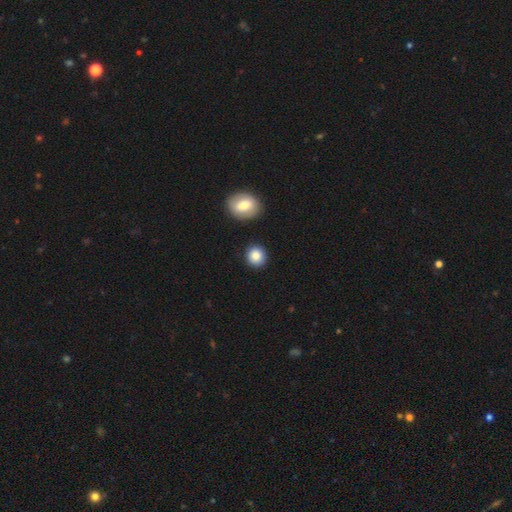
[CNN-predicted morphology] Q: Smooth or featured?
A: smooth (85%); runner-up: star or artifact (8%)
Q: How rounded?
A: round (87%); runner-up: in between (12%)
Q: Merging?
A: none (87%); runner-up: minor disturbance (7%)